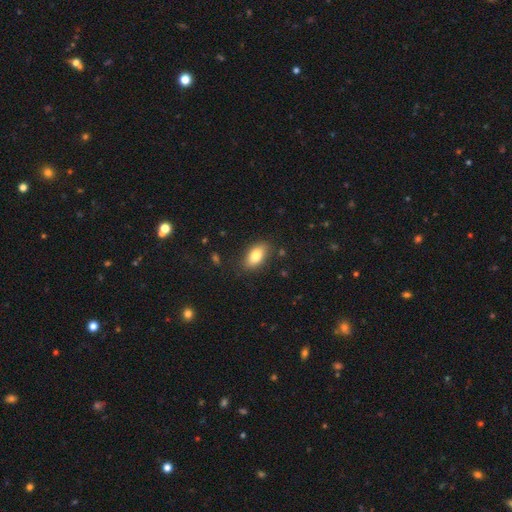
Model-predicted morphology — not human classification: Smooth or featured? Predicted: smooth (p=0.81). How rounded? Predicted: in between (p=0.90). Merging? Predicted: none (p=0.84).